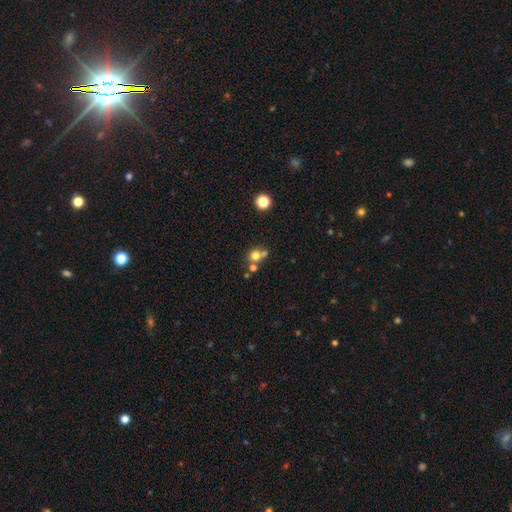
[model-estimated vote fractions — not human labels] Smooth or featured?
  - smooth: 72% *
  - star or artifact: 16%
  - featured or disk: 13%
How rounded?
  - round: 84% *
  - in between: 15%
  - cigar-shaped: 1%
Merging?
  - none: 47% *
  - merger: 40%
  - minor disturbance: 9%
  - major disturbance: 5%